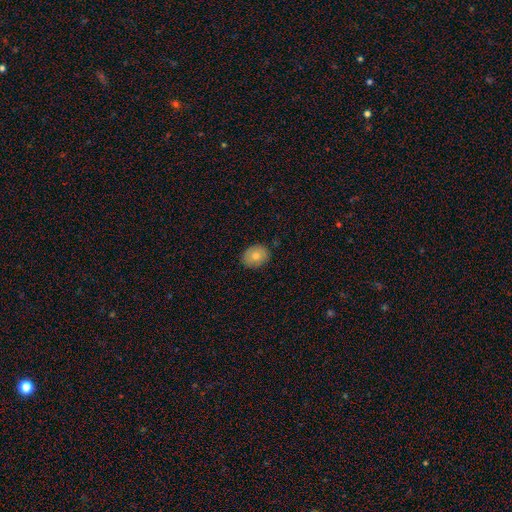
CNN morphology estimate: Q: Smooth or featured?
A: smooth (73%); runner-up: featured or disk (19%)
Q: How rounded?
A: in between (56%); runner-up: round (43%)
Q: Merging?
A: none (84%); runner-up: minor disturbance (12%)